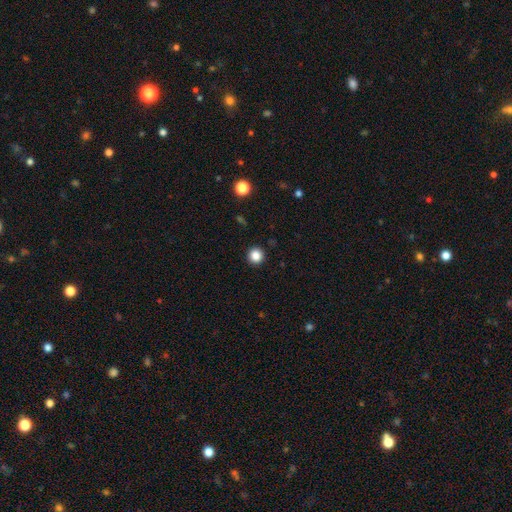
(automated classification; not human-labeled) This appears to be a smooth galaxy with no disk features (85%) that is round (95%). Merging: none (93%).